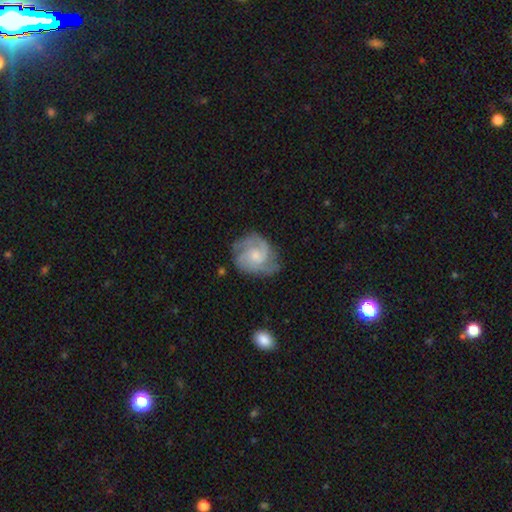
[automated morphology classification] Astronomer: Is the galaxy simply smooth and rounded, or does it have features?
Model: featured or disk — 79%.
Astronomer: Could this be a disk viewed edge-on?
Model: no — 98%.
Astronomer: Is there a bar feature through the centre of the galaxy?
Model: no — 66%.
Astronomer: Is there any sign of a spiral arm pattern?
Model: yes — 95%.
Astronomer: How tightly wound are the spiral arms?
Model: medium — 46% (runner-up: tight, 42%).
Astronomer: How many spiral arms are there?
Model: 2 — 39% (runner-up: 3, 31%).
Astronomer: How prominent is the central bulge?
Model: small — 45% (runner-up: moderate, 40%).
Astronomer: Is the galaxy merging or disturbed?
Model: none — 67%.